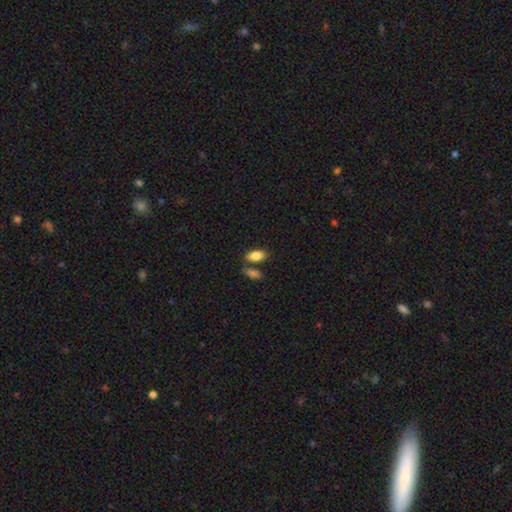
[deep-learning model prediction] A smooth galaxy with no disk features (85%) that is in between round and cigar-shaped (91%).

Vote fractions:
- Smooth or featured? smooth: 85% / featured or disk: 8% / star or artifact: 7%
- How rounded? in between: 91% / cigar-shaped: 5% / round: 4%
- Merging? none: 66% / merger: 20% / minor disturbance: 11% / major disturbance: 3%